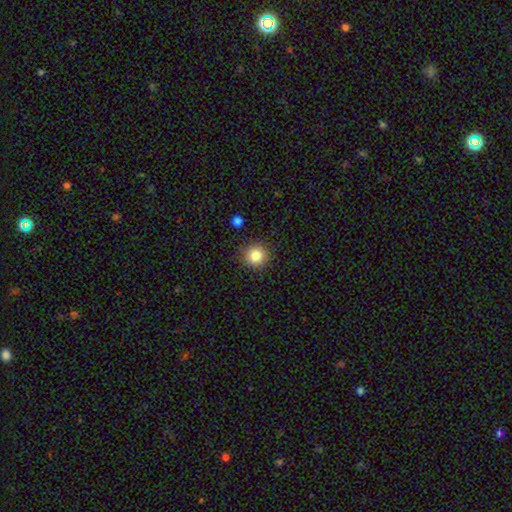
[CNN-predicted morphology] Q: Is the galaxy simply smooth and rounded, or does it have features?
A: smooth — 84%.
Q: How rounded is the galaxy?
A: round — 93%.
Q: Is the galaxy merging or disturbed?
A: none — 89%.